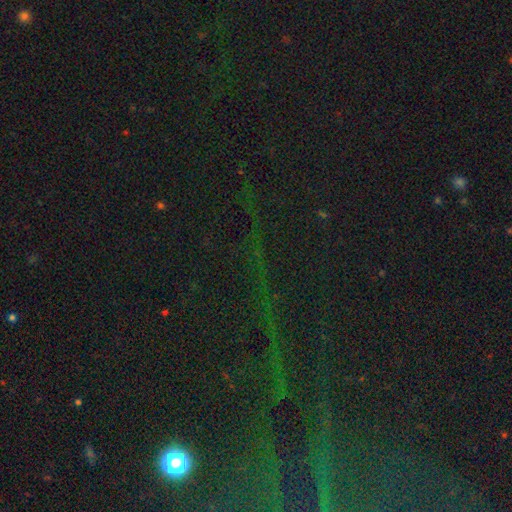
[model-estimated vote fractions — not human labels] Morphology: type=star or artifact (83%).